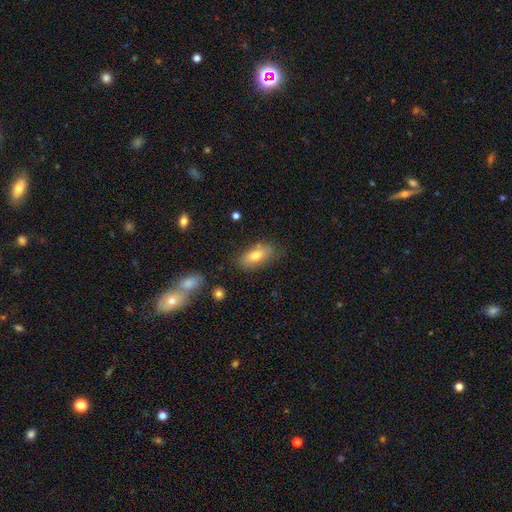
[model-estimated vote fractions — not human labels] smooth-or-featured: smooth: 73% | featured or disk: 20% | star or artifact: 7%
  how-rounded: in between: 88% | cigar-shaped: 8% | round: 4%
  merging: none: 74% | minor disturbance: 19% | major disturbance: 5% | merger: 3%